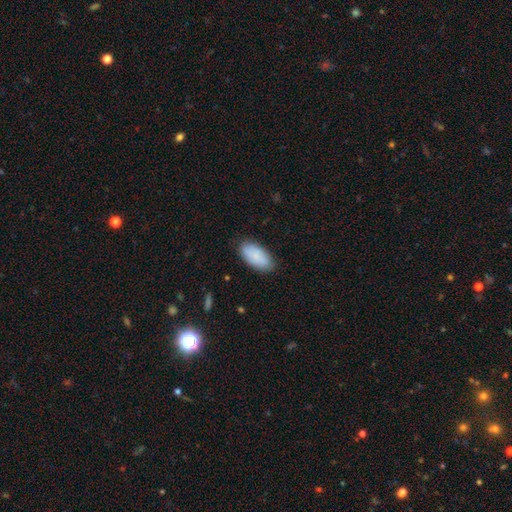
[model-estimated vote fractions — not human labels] Q: Smooth or featured?
A: smooth (85%); runner-up: featured or disk (9%)
Q: How rounded?
A: in between (94%); runner-up: cigar-shaped (4%)
Q: Merging?
A: none (83%); runner-up: minor disturbance (13%)